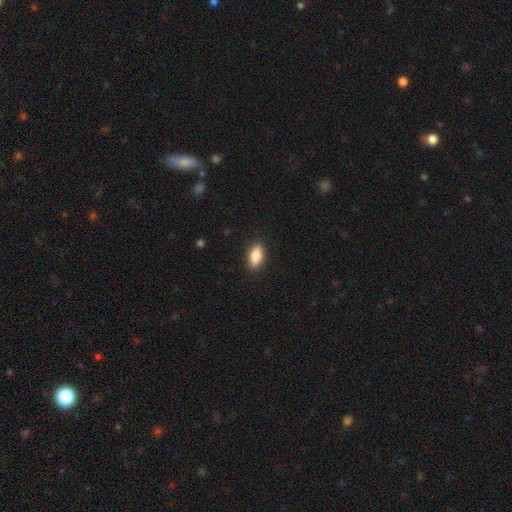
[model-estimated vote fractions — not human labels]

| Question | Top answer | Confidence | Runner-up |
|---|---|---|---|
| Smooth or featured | smooth | 85% | featured or disk (8%) |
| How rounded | in between | 87% | cigar-shaped (9%) |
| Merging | none | 88% | minor disturbance (9%) |